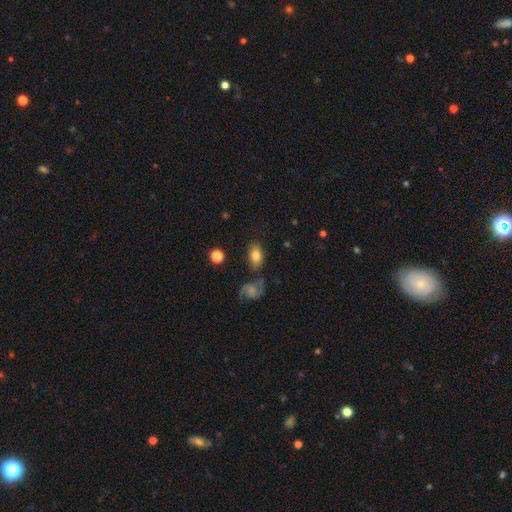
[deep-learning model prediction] Smooth or featured?
  - smooth: 78% *
  - featured or disk: 14%
  - star or artifact: 8%
How rounded?
  - in between: 88% *
  - round: 10%
  - cigar-shaped: 2%
Merging?
  - none: 70% *
  - minor disturbance: 15%
  - merger: 9%
  - major disturbance: 6%